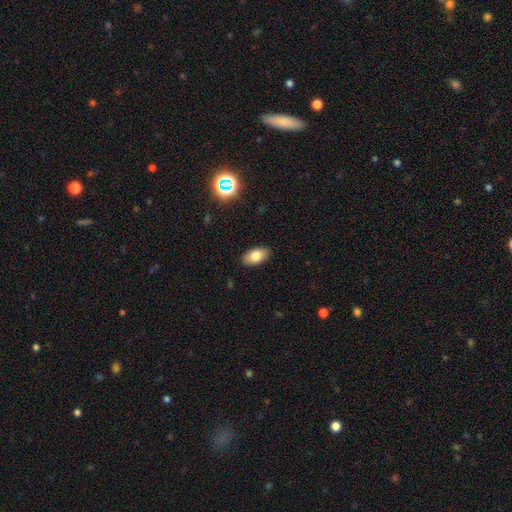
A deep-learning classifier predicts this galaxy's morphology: Overall: smooth (80%). How rounded: in between (93%). Merging: none (88%).